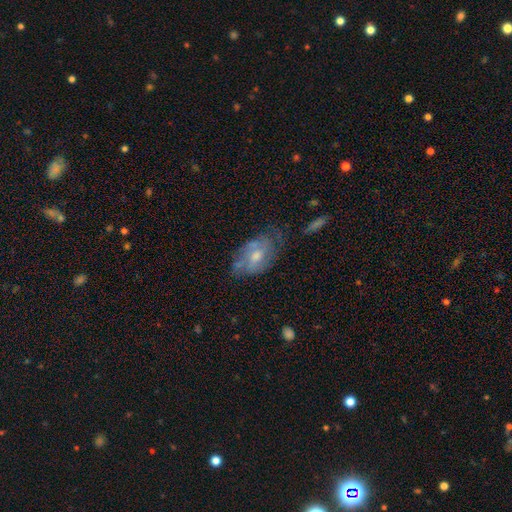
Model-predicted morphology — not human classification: featured or disk 56%, smooth 36%, star or artifact 9%. Down the decision tree: edge-on disk — no (93%); bar — no (64%); spiral arms — yes (60%); bulge size — moderate (62%); merging — none (52%).